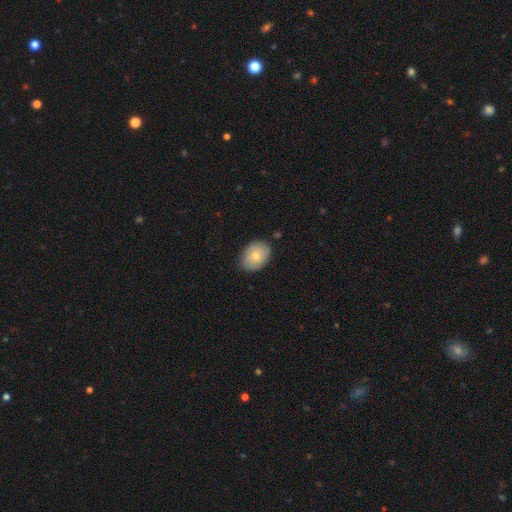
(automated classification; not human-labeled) Overall: smooth (74%). How rounded: in between (78%). Merging: none (82%).